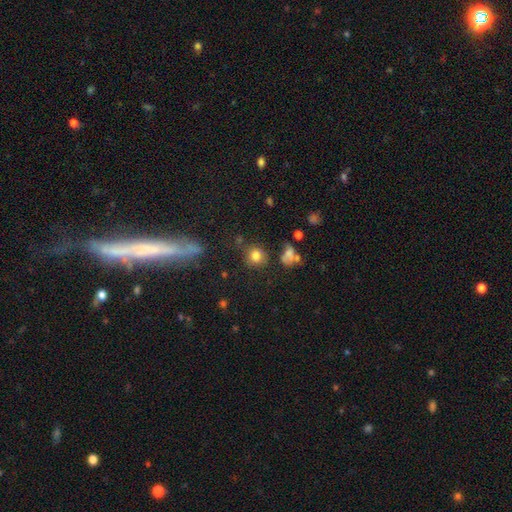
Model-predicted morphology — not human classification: smooth 79%, star or artifact 14%, featured or disk 8%. Down the decision tree: how rounded — round (80%); merging — none (72%).